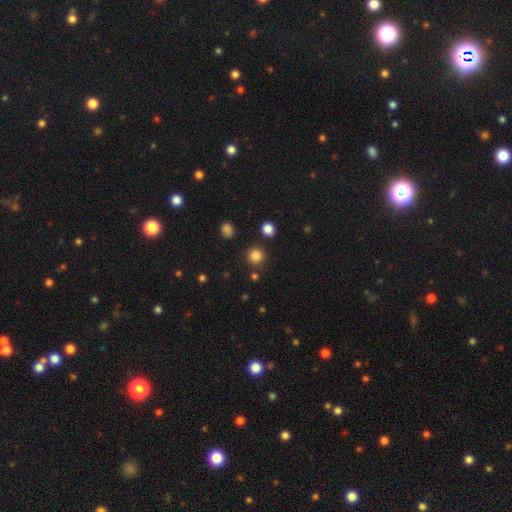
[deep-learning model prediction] Smooth or featured? Predicted: smooth (p=0.83). How rounded? Predicted: round (p=0.93). Merging? Predicted: none (p=0.87).